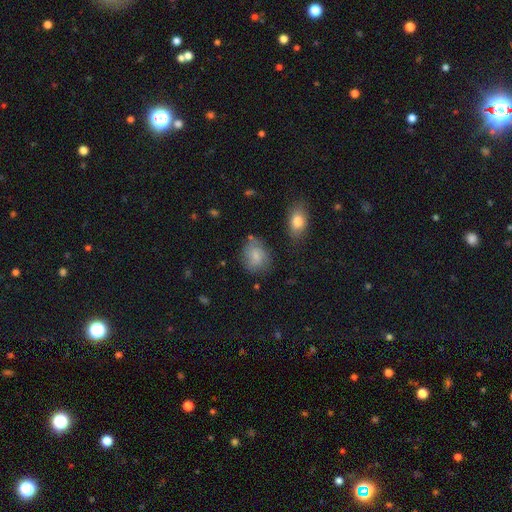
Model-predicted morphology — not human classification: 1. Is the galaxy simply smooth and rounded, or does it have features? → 70% smooth, 21% featured or disk, 9% star or artifact.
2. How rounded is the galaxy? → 58% in between, 41% round, 1% cigar-shaped.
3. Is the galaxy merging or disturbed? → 66% none, 22% minor disturbance, 7% major disturbance, 5% merger.